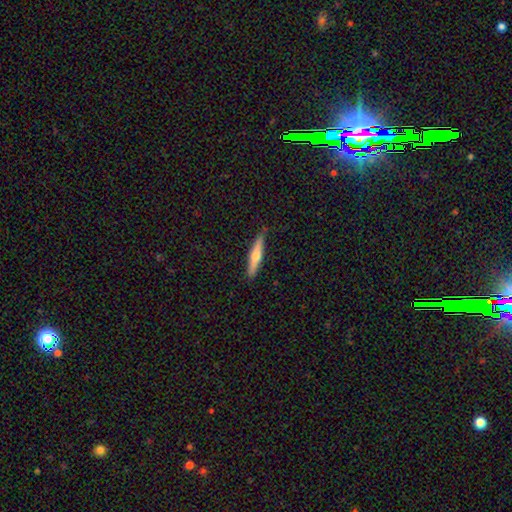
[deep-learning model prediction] This appears to be a featured or disk galaxy (52%) viewed edge-on (95%). Merging: none (87%).